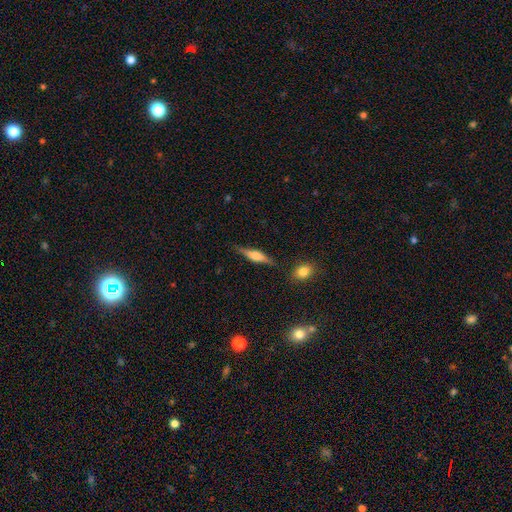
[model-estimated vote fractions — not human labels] A featured or disk galaxy (56%) viewed edge-on (96%) with a rounded central bulge (77%). Merging: none (82%).